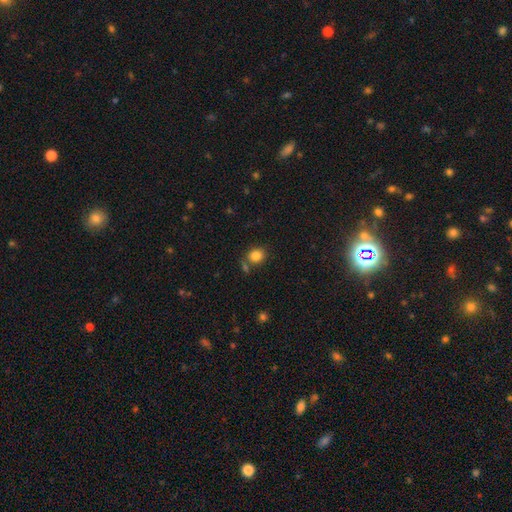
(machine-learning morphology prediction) Smooth or featured?
  - smooth: 84% *
  - star or artifact: 11%
  - featured or disk: 5%
How rounded?
  - round: 68% *
  - in between: 31%
  - cigar-shaped: 1%
Merging?
  - none: 72% *
  - merger: 12%
  - minor disturbance: 12%
  - major disturbance: 4%